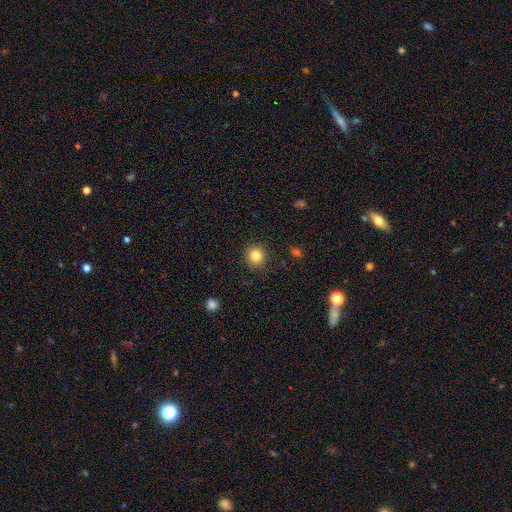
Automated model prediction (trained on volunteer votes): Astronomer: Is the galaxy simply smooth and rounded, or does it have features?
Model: smooth — 83%.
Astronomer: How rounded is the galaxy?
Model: round — 86%.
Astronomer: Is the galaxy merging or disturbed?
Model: none — 90%.